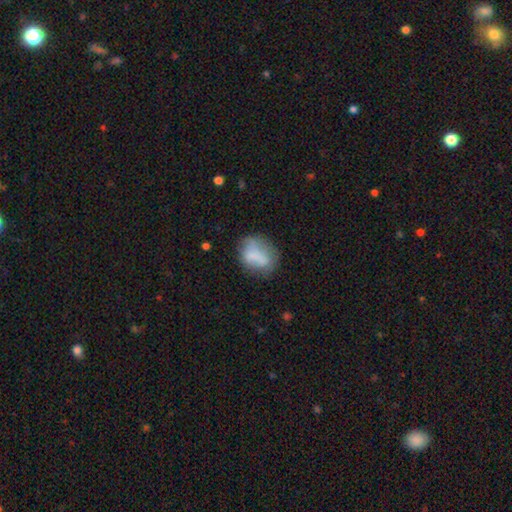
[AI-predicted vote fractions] smooth 70%, featured or disk 21%, star or artifact 9%. Down the decision tree: how rounded — in between (62%); merging — none (49%).